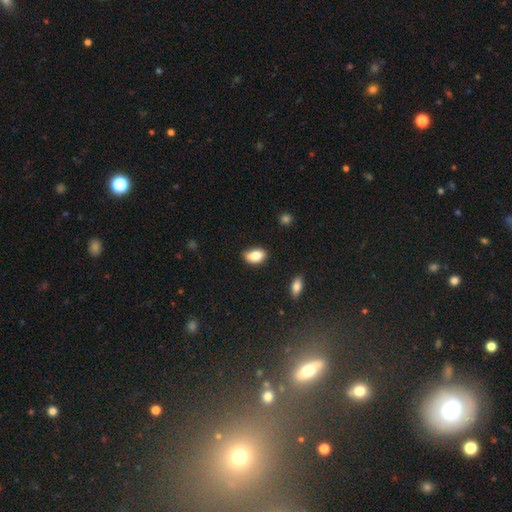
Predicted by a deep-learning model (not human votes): Smooth or featured?
  - smooth: 81% *
  - featured or disk: 10%
  - star or artifact: 8%
How rounded?
  - in between: 86% *
  - round: 12%
  - cigar-shaped: 2%
Merging?
  - none: 59% *
  - minor disturbance: 32%
  - major disturbance: 6%
  - merger: 3%